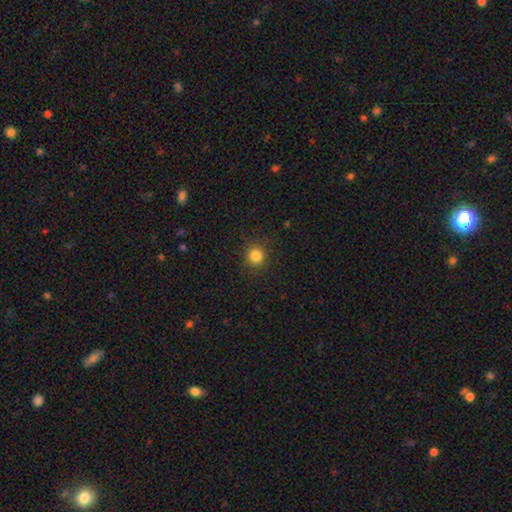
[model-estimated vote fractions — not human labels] Overall: smooth (84%). How rounded: round (90%). Merging: none (89%).